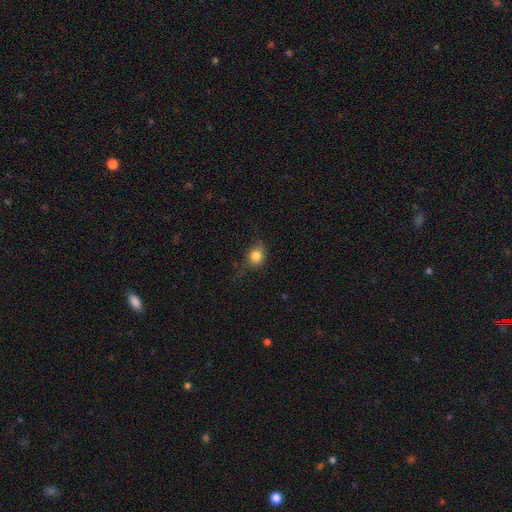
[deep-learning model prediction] Q: Smooth or featured?
A: smooth (80%); runner-up: star or artifact (11%)
Q: How rounded?
A: round (73%); runner-up: in between (25%)
Q: Merging?
A: none (58%); runner-up: minor disturbance (28%)